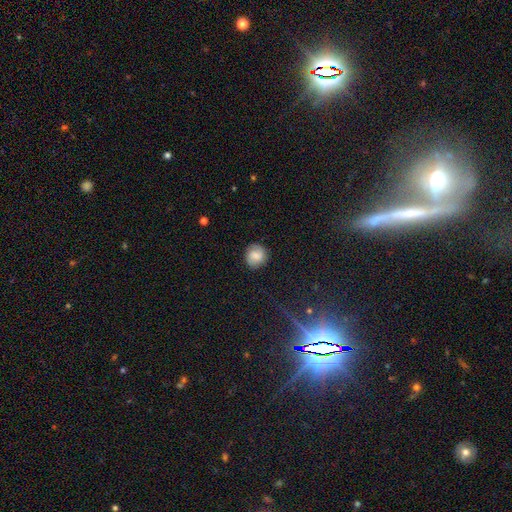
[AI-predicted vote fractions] smooth 79%, featured or disk 12%, star or artifact 9%. Down the decision tree: how rounded — round (87%); merging — none (85%).